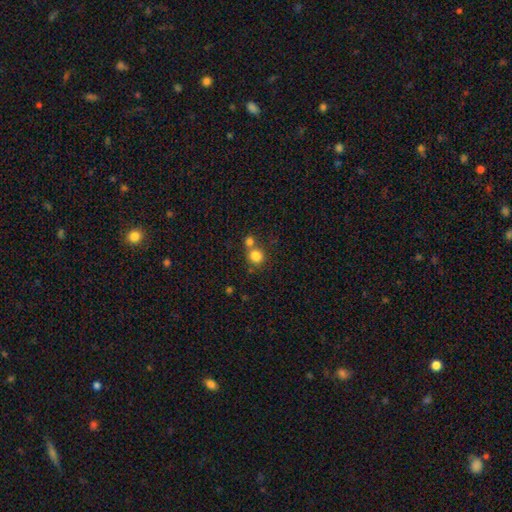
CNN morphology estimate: smooth-or-featured: smooth: 82% | star or artifact: 11% | featured or disk: 7%
  how-rounded: round: 89% | in between: 10% | cigar-shaped: 1%
  merging: none: 53% | merger: 37% | minor disturbance: 7% | major disturbance: 3%